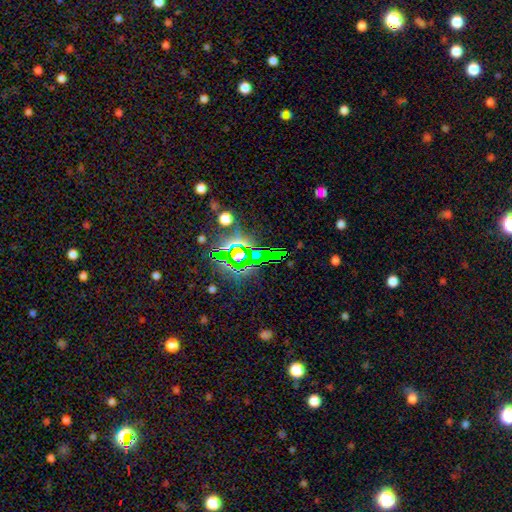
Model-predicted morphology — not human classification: This is likely a star or artifact rather than a galaxy (76%).